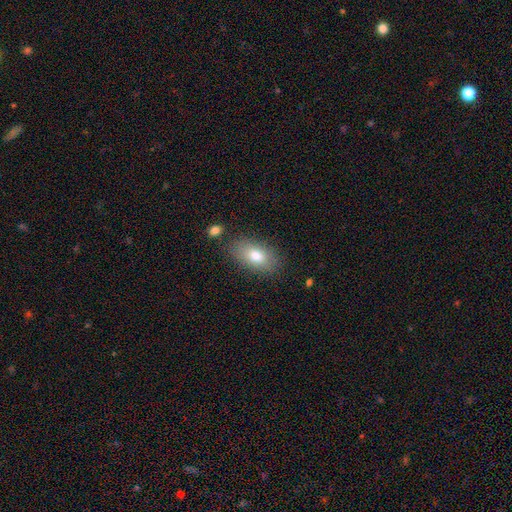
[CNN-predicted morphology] Overall: smooth (79%). How rounded: in between (91%). Merging: none (81%).